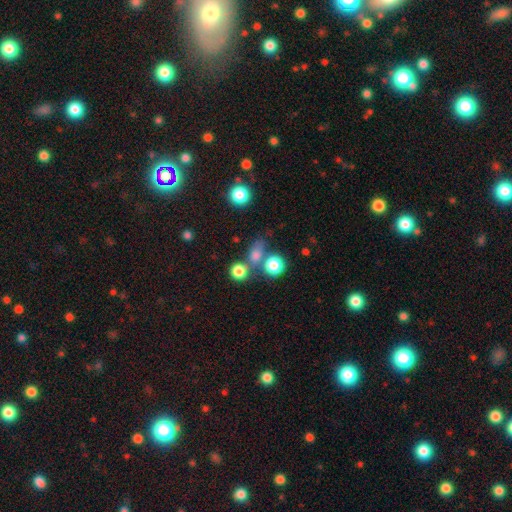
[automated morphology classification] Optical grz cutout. It shows a smooth galaxy with no disk features (74%) that is round (63%). Merging: none (55%).